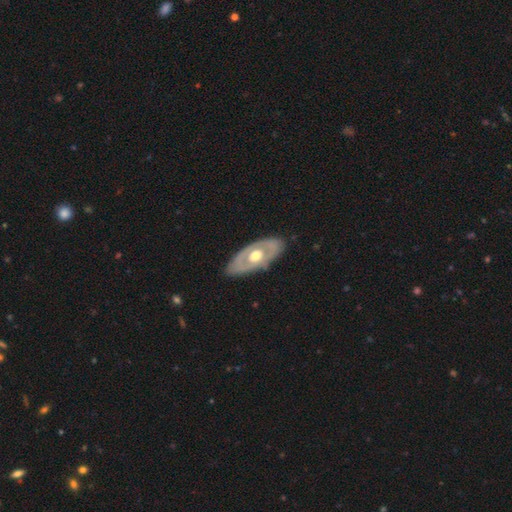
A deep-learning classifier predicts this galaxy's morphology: Q: Smooth or featured?
A: featured or disk (61%); runner-up: smooth (35%)
Q: Edge-on disk?
A: no (81%); runner-up: yes (19%)
Q: Merging?
A: none (80%); runner-up: minor disturbance (15%)